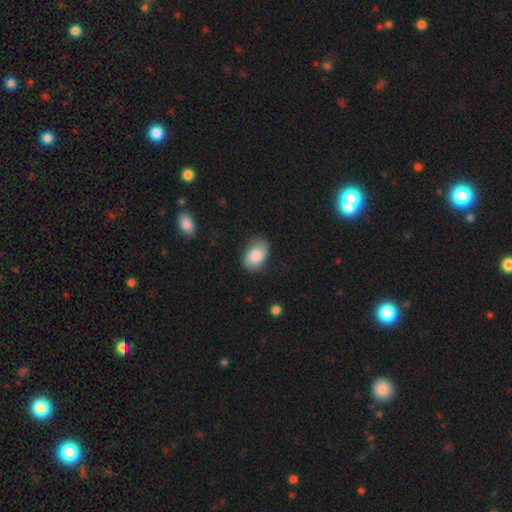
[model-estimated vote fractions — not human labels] Q: Smooth or featured?
A: smooth (81%); runner-up: featured or disk (12%)
Q: How rounded?
A: in between (86%); runner-up: round (13%)
Q: Merging?
A: none (73%); runner-up: minor disturbance (20%)